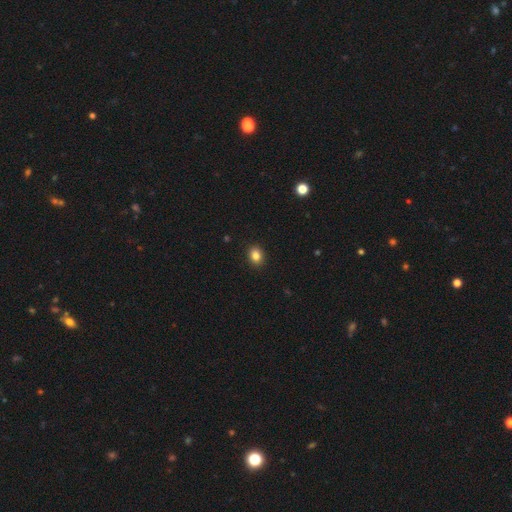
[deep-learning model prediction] smooth_or_featured: smooth (p=0.84) [alt: star or artifact p=0.11]
how_rounded: in between (p=0.50) [alt: round p=0.49]
merging: none (p=0.91) [alt: minor disturbance p=0.06]